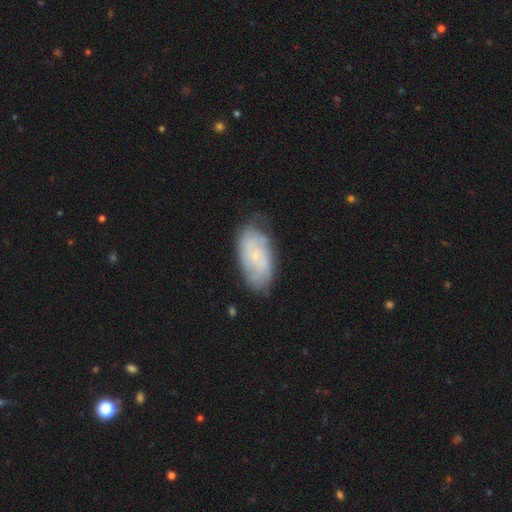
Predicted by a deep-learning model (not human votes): A featured or disk galaxy (56%) with no bar (70%), spiral arms (81%) and a small central bulge (64%). Merging: none (68%).